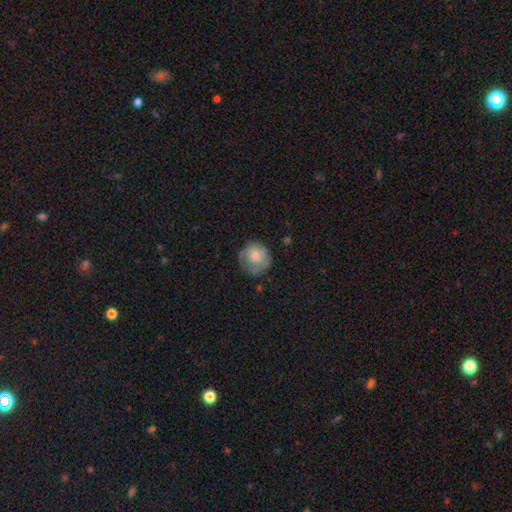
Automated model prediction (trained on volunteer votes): Overall: smooth (60%; featured or disk 33%). How rounded: round (88%). Merging: none (66%).